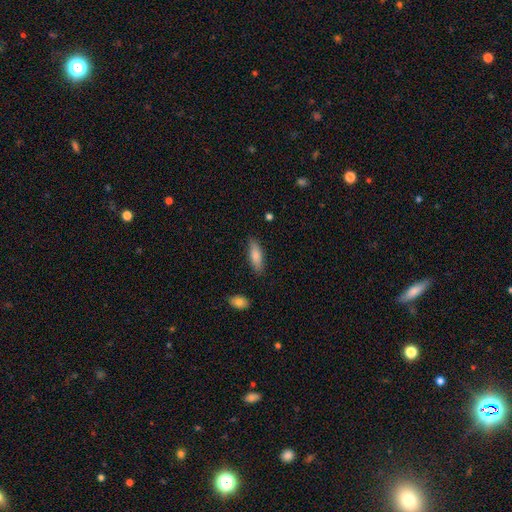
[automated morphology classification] smooth 79%, featured or disk 15%, star or artifact 6%. Down the decision tree: how rounded — in between (53%); merging — none (85%).